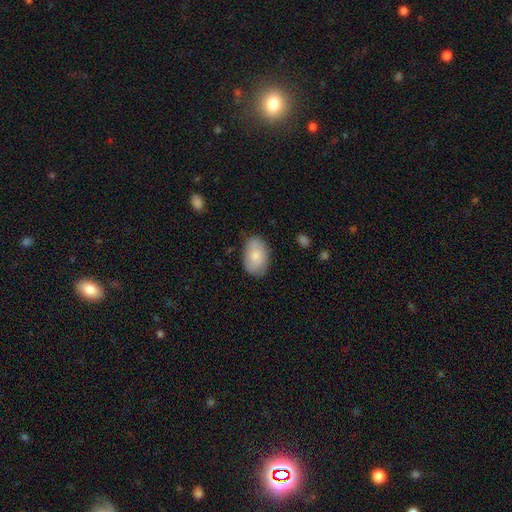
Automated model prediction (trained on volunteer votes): smooth 79%, featured or disk 15%, star or artifact 6%. Down the decision tree: how rounded — in between (91%); merging — none (77%).